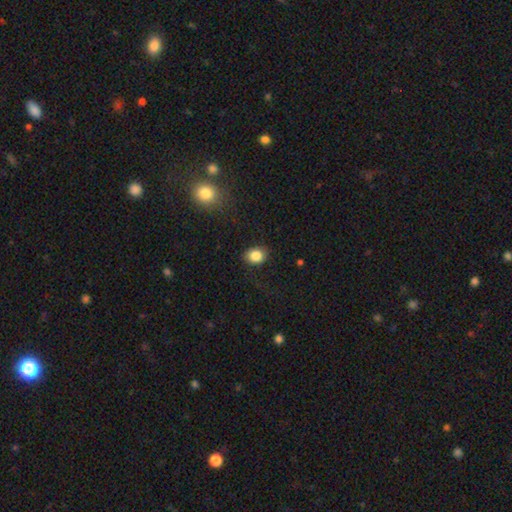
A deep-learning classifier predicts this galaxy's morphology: Q: Smooth or featured?
A: smooth (84%); runner-up: star or artifact (10%)
Q: How rounded?
A: round (56%); runner-up: in between (43%)
Q: Merging?
A: none (81%); runner-up: minor disturbance (13%)